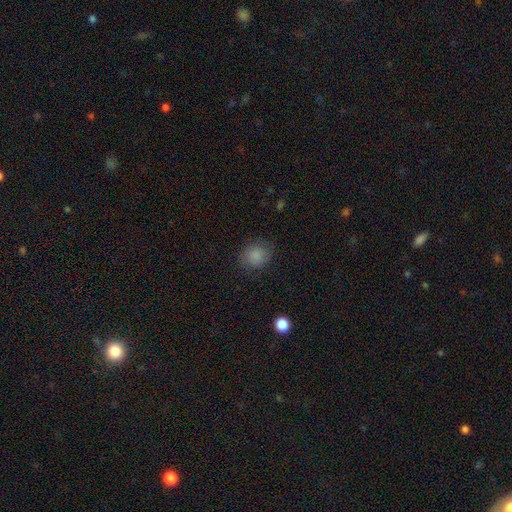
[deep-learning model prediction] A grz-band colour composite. It shows a smooth galaxy with no disk features (84%) that is round (72%). Merging: none (79%).